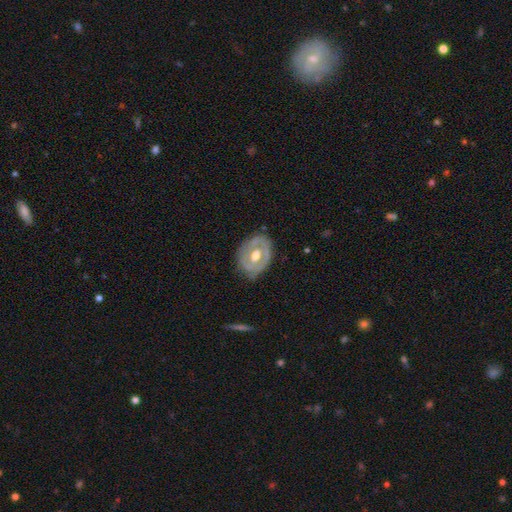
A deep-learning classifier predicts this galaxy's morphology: A featured or disk galaxy (64%) with no bar (60%), no spiral arms (72%) and a moderate central bulge (70%). Merging: none (74%).